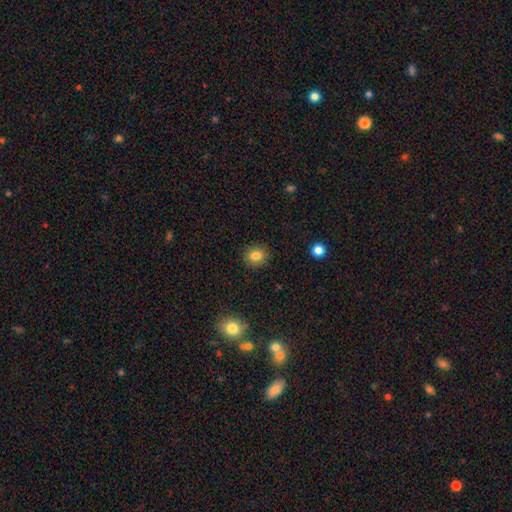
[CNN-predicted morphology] smooth 83%, star or artifact 11%, featured or disk 6%. Down the decision tree: how rounded — round (70%); merging — none (89%).